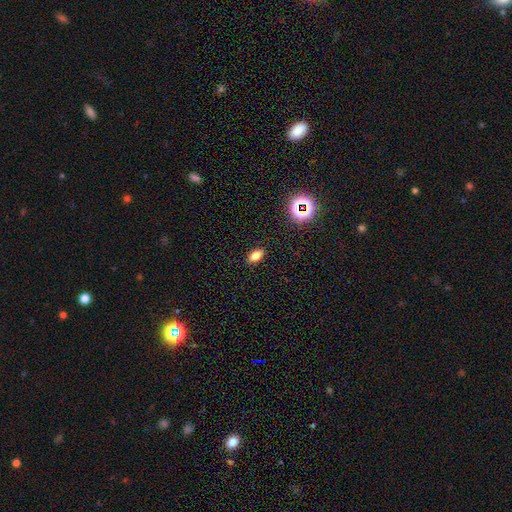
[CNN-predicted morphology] This is likely a smooth galaxy (75%). How rounded: clearly in between (86%). Merging: clearly none (89%).